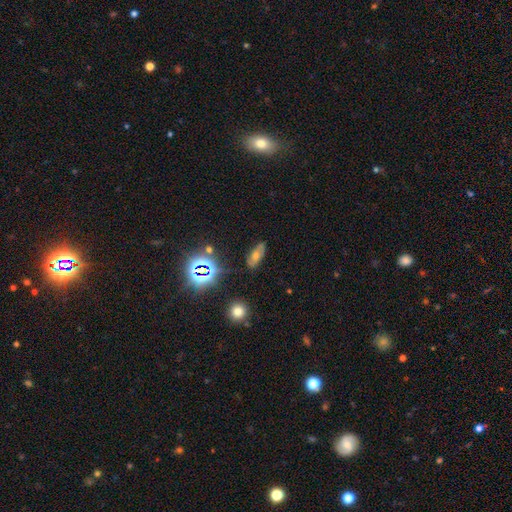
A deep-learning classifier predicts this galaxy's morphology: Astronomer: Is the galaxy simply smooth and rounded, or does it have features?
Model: star or artifact — 38% (runner-up: smooth, 35%).